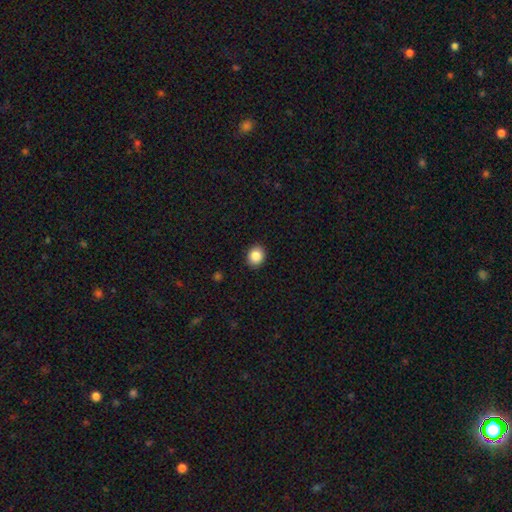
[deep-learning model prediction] This appears to be a smooth galaxy with no disk features (86%) that is round (65%). Merging: none (91%).